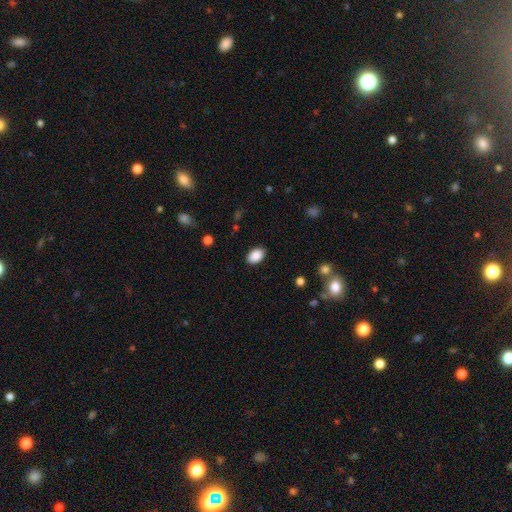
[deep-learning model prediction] smooth_or_featured: smooth (p=0.90) [alt: star or artifact p=0.07]
how_rounded: in between (p=0.88) [alt: round p=0.11]
merging: none (p=0.88) [alt: minor disturbance p=0.09]